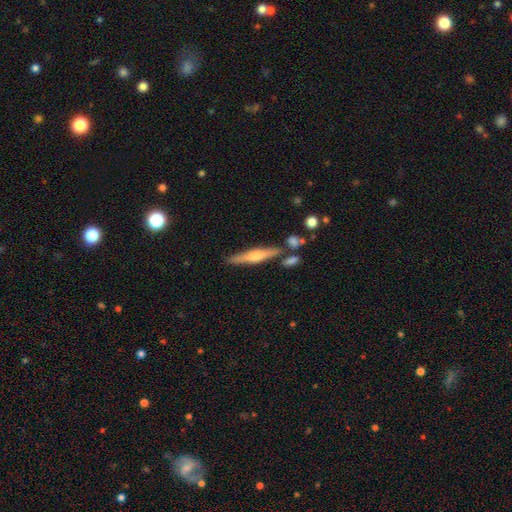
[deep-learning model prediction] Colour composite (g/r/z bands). It shows a featured or disk galaxy (60%) viewed edge-on (96%) with a rounded central bulge (75%). Merging: none (78%).